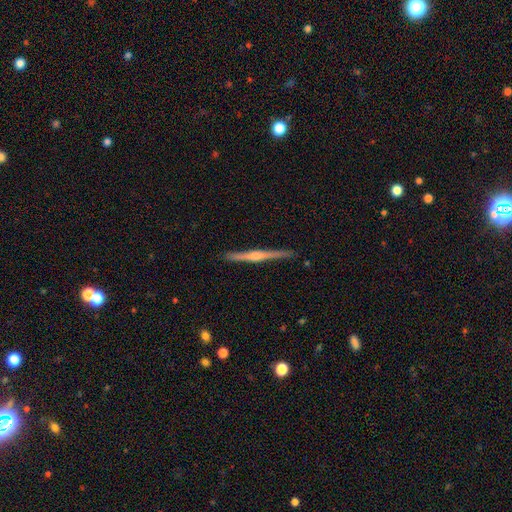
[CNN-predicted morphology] featured or disk 76%, smooth 17%, star or artifact 7%. Down the decision tree: edge-on disk — yes (98%); edge-on bulge — rounded (76%); merging — none (90%).